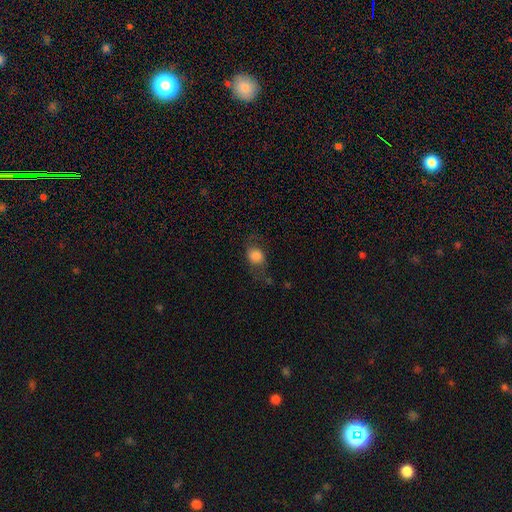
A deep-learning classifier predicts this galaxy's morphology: type=smooth (71%); roundness=round (51%); merging=none (55%).